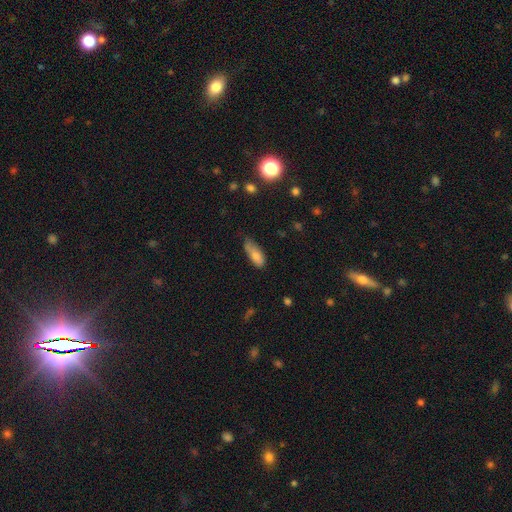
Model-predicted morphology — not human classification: smooth_or_featured: smooth (p=0.79) [alt: featured or disk p=0.14]
how_rounded: in between (p=0.74) [alt: cigar-shaped p=0.23]
merging: none (p=0.43) [alt: minor disturbance p=0.42]